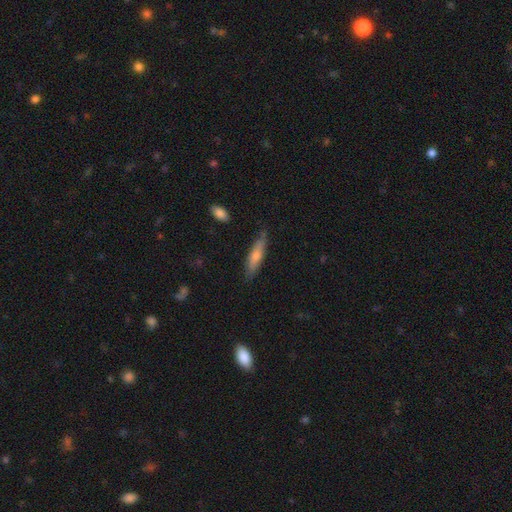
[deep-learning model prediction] Q: Smooth or featured?
A: smooth (61%); runner-up: featured or disk (32%)
Q: How rounded?
A: cigar-shaped (77%); runner-up: in between (21%)
Q: Merging?
A: none (79%); runner-up: minor disturbance (17%)